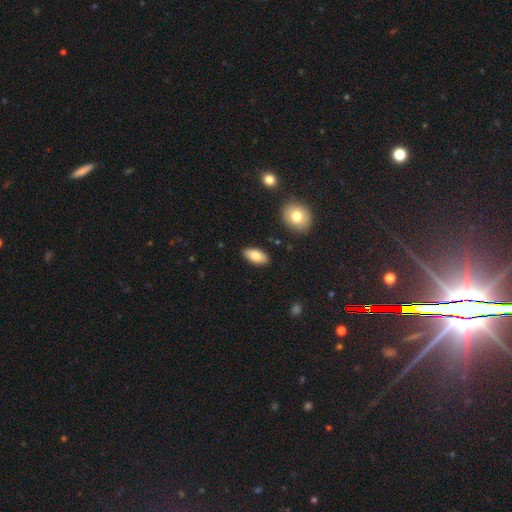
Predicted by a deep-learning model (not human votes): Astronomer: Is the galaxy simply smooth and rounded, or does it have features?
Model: smooth — 81%.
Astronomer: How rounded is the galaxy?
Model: in between — 91%.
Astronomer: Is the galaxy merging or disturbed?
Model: none — 88%.